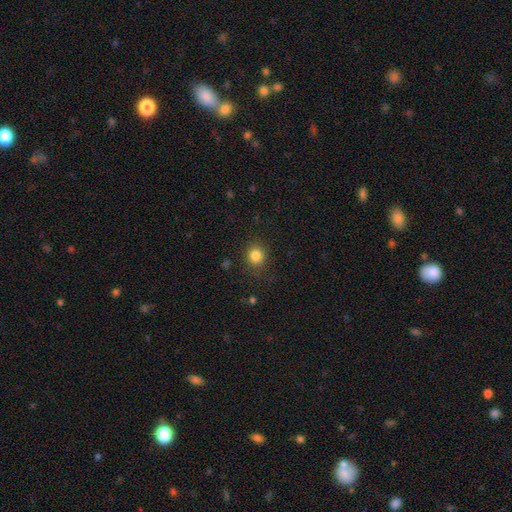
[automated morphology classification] Smooth or featured: smooth — 83% (star or artifact — 12%)
How rounded: round — 80% (in between — 19%)
Merging: none — 85% (minor disturbance — 10%)